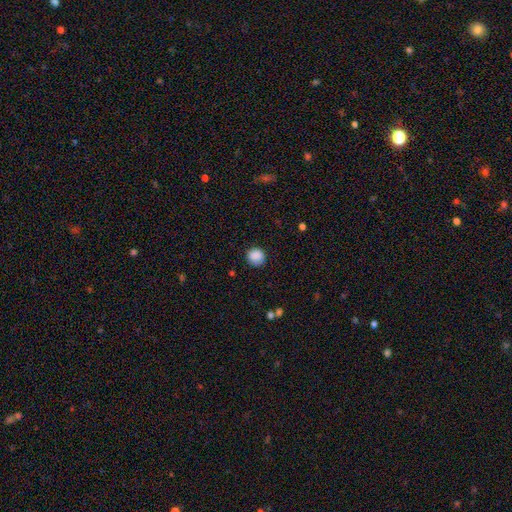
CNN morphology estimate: type=smooth (88%); roundness=round (90%); merging=none (86%).